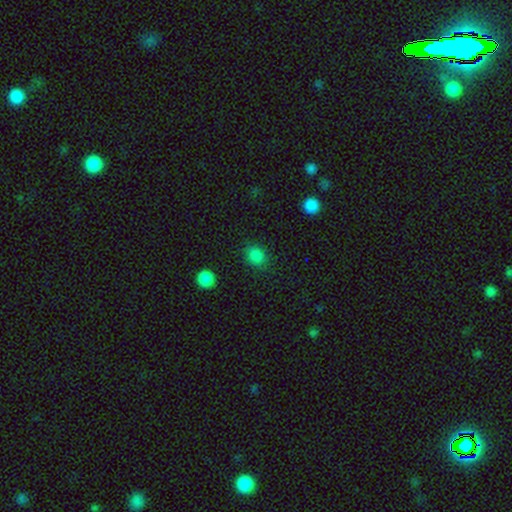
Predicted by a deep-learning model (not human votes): Smooth or featured?
  - smooth: 84% *
  - star or artifact: 12%
  - featured or disk: 3%
How rounded?
  - round: 70% *
  - in between: 29%
  - cigar-shaped: 1%
Merging?
  - none: 85% *
  - minor disturbance: 10%
  - major disturbance: 3%
  - merger: 1%